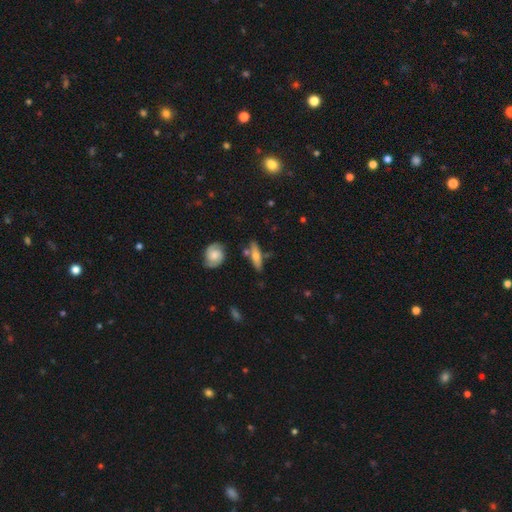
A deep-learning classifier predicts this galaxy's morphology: smooth_or_featured: smooth (p=0.54) [alt: featured or disk p=0.39]
how_rounded: cigar-shaped (p=0.67) [alt: in between p=0.30]
merging: none (p=0.73) [alt: minor disturbance p=0.15]